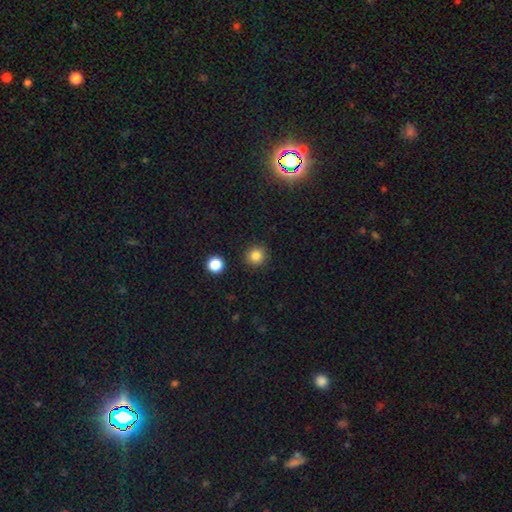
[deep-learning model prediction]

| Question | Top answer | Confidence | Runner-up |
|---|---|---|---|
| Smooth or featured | smooth | 83% | star or artifact (12%) |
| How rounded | round | 92% | in between (7%) |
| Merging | none | 91% | minor disturbance (6%) |